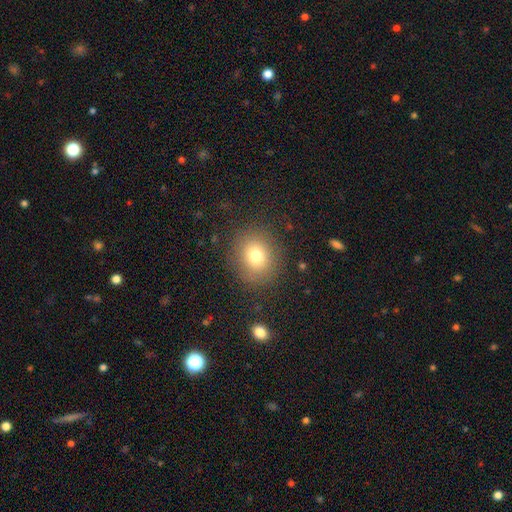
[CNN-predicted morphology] Smooth or featured? Predicted: smooth (p=0.75). How rounded? Predicted: round (p=0.80). Merging? Predicted: none (p=0.85).